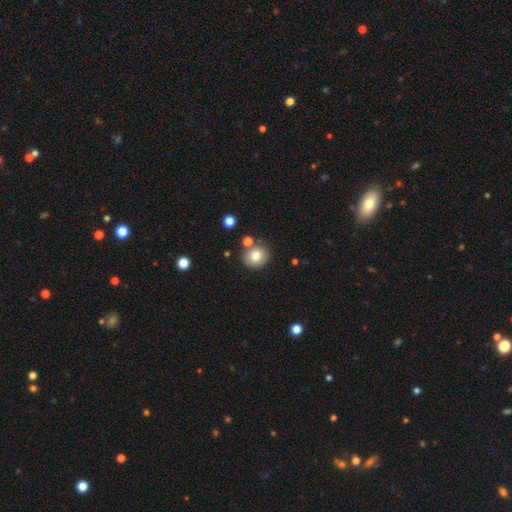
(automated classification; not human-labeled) Q: Smooth or featured?
A: smooth (78%); runner-up: featured or disk (11%)
Q: How rounded?
A: round (80%); runner-up: in between (19%)
Q: Merging?
A: none (77%); runner-up: merger (11%)